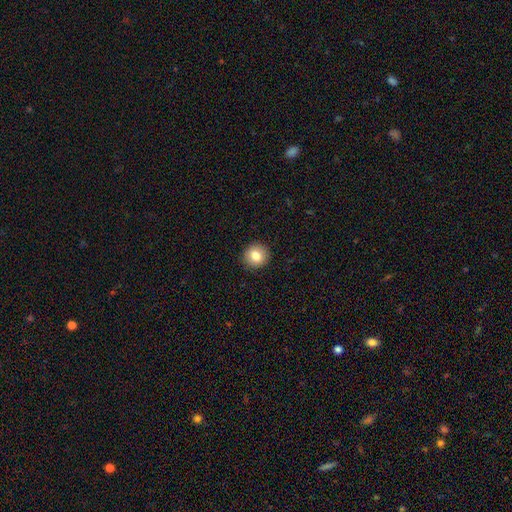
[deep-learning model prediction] Overall: smooth (82%). How rounded: round (89%). Merging: none (91%).